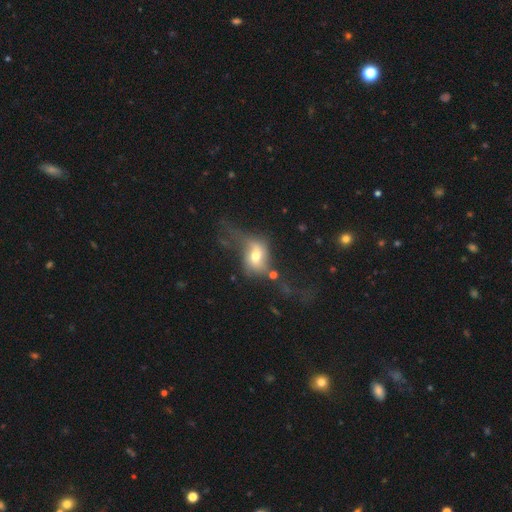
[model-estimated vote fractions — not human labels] smooth-or-featured: smooth: 47% | featured or disk: 44% | star or artifact: 10%
  merging: major disturbance: 44% | none: 28% | minor disturbance: 20% | merger: 8%